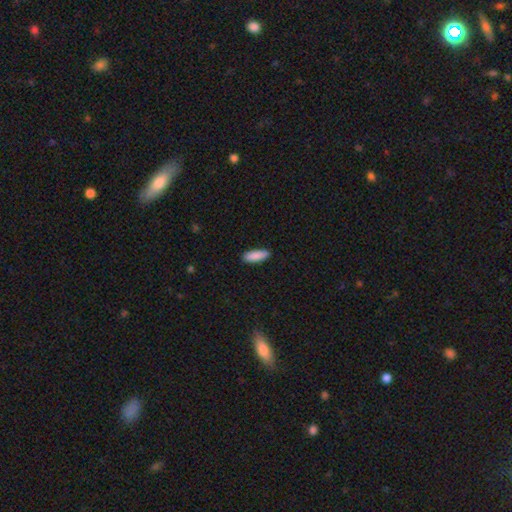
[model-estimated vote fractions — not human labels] Q: Smooth or featured?
A: smooth (89%); runner-up: star or artifact (6%)
Q: How rounded?
A: in between (60%); runner-up: cigar-shaped (39%)
Q: Merging?
A: none (88%); runner-up: minor disturbance (9%)